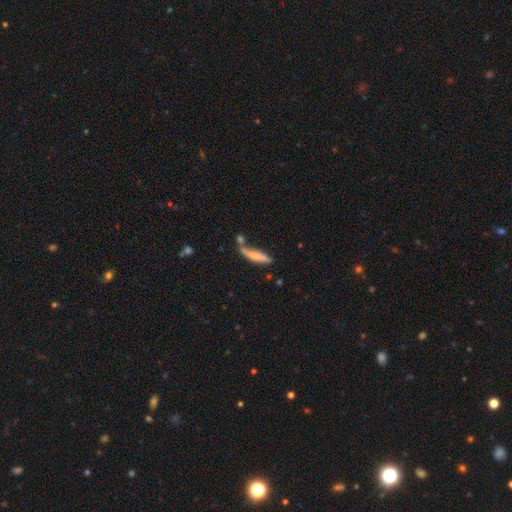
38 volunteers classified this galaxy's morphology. Smooth or featured? smooth (53%)
How rounded? cigar-shaped (95%)
Merging? none (47%)